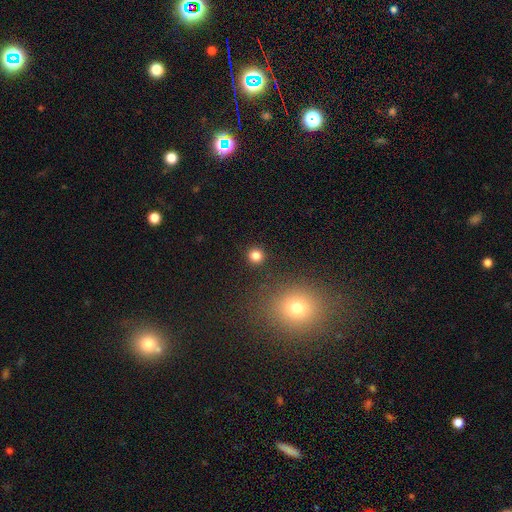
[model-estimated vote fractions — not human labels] smooth 81%, star or artifact 14%, featured or disk 5%. Down the decision tree: how rounded — round (93%); merging — none (90%).